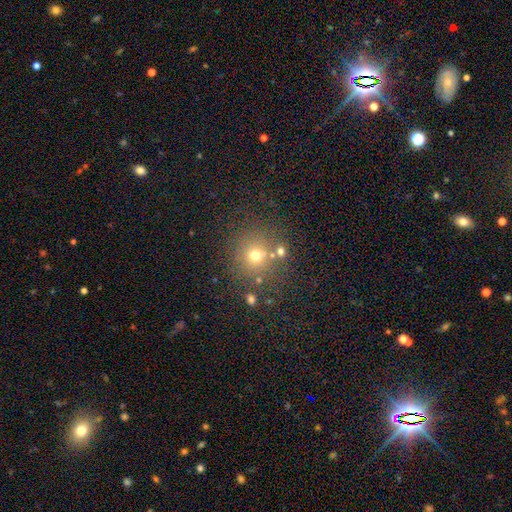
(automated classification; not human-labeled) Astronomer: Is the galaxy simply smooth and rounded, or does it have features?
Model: smooth — 67%.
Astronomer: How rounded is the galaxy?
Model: round — 90%.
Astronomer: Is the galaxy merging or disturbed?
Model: none — 74%.